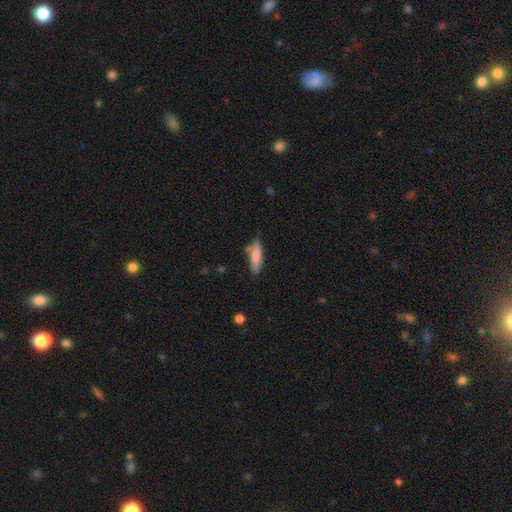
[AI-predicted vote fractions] Smooth or featured? Predicted: smooth (p=0.79). How rounded? Predicted: cigar-shaped (p=0.65). Merging? Predicted: none (p=0.62).